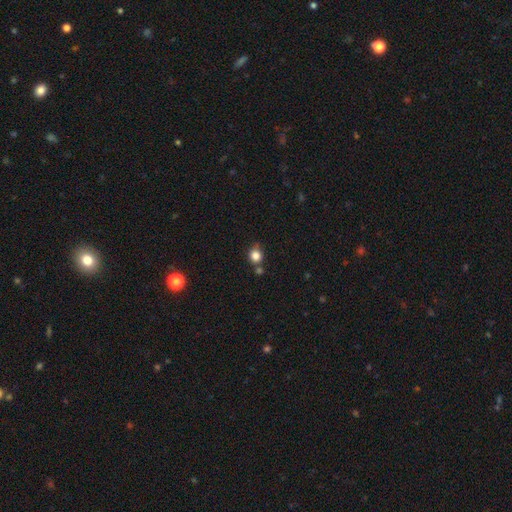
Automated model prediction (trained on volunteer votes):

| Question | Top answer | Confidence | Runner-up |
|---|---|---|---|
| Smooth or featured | smooth | 82% | star or artifact (12%) |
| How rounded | round | 83% | in between (16%) |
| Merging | none | 68% | minor disturbance (15%) |